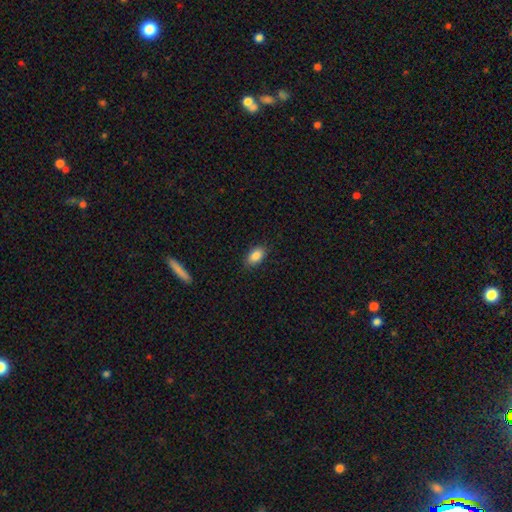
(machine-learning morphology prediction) smooth 87%, star or artifact 8%, featured or disk 5%. Down the decision tree: how rounded — in between (91%); merging — none (86%).